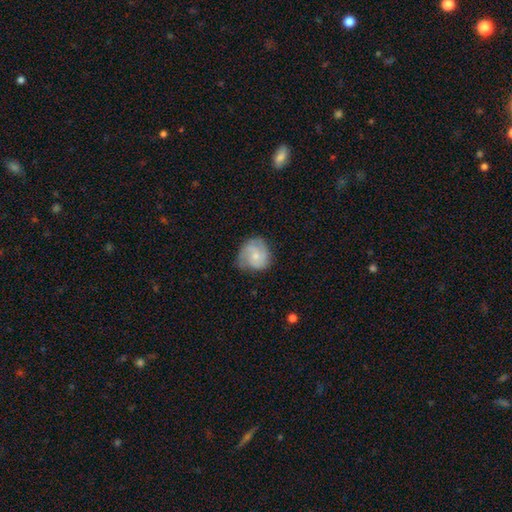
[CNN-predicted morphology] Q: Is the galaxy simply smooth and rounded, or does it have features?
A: featured or disk — 54%.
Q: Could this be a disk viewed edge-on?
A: no — 98%.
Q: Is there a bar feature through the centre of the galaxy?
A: no — 73%.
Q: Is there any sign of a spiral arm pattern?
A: yes — 87%.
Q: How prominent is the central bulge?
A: small — 60%.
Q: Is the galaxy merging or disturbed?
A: none — 63%.